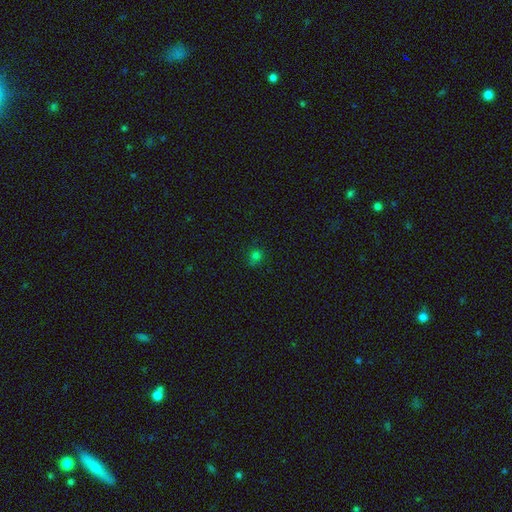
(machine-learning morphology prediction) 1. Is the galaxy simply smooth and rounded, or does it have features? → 73% smooth, 22% star or artifact, 6% featured or disk.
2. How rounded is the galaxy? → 79% round, 20% in between, 1% cigar-shaped.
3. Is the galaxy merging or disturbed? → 77% none, 17% minor disturbance, 4% major disturbance, 2% merger.